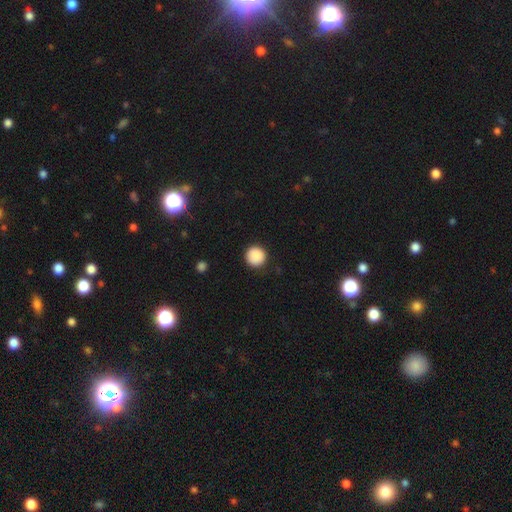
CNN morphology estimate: Q: Smooth or featured?
A: smooth (90%); runner-up: star or artifact (8%)
Q: How rounded?
A: round (96%); runner-up: in between (3%)
Q: Merging?
A: none (91%); runner-up: minor disturbance (6%)